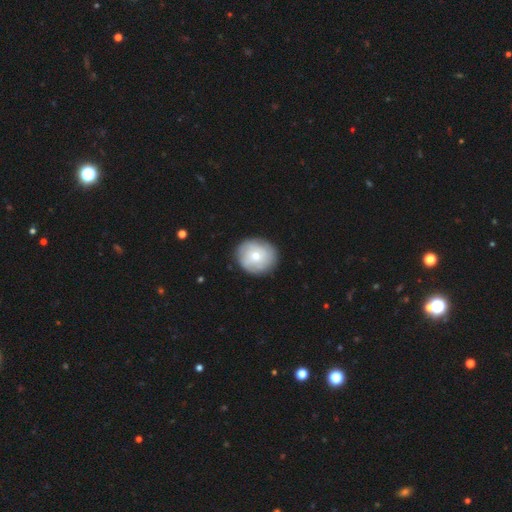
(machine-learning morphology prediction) This is possibly a smooth galaxy (52%). How rounded: clearly round (85%). Merging: clearly none (86%).